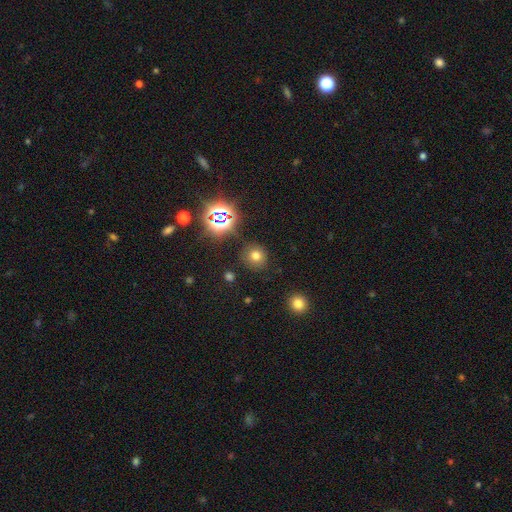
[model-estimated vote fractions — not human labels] Morphology: type=smooth (68%); roundness=round (89%); merging=none (85%).